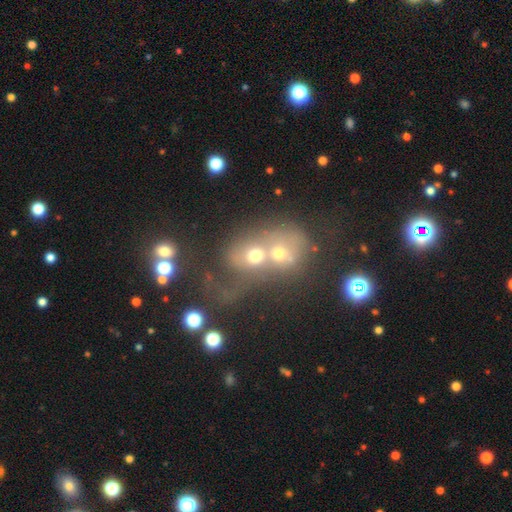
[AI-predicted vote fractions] Morphology: type=smooth (49%); merging=merger (71%).